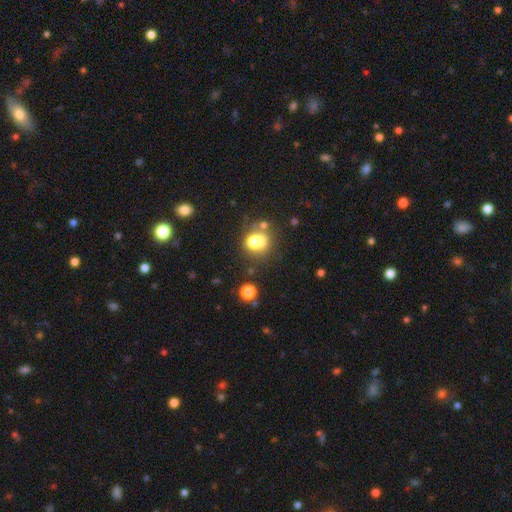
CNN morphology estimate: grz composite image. It shows a smooth galaxy with no disk features (57%) that is round (81%). Merging: none (58%).